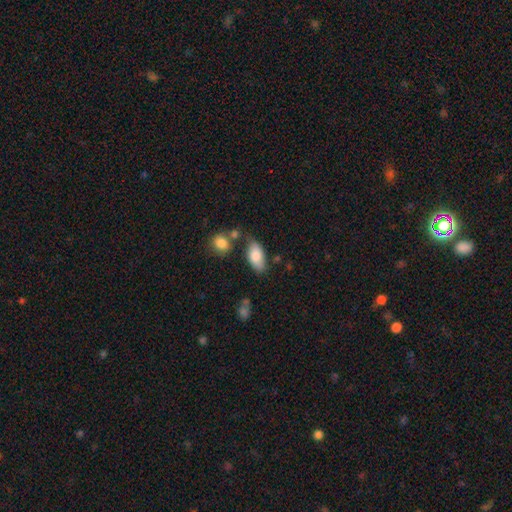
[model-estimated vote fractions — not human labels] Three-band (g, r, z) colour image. It shows a smooth galaxy with no disk features (82%) that is in between round and cigar-shaped (92%). Merging: none (68%).